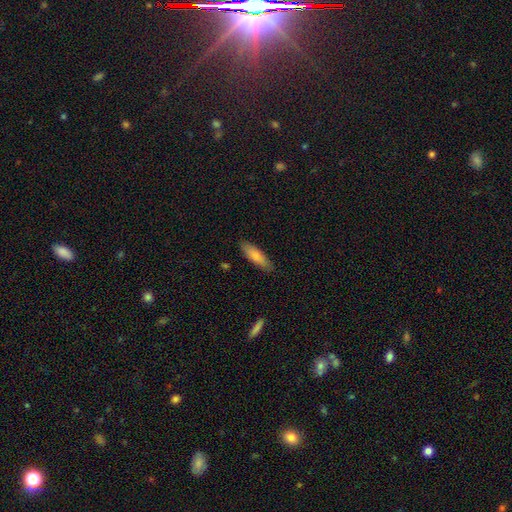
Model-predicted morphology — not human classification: Smooth or featured? smooth (76%)
How rounded? cigar-shaped (56%)
Merging? none (86%)